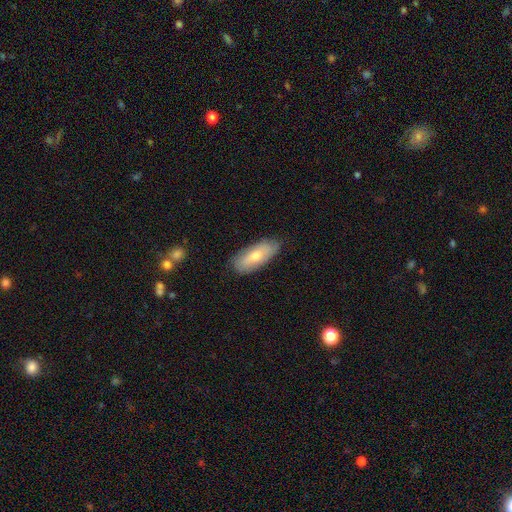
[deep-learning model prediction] This is likely a smooth galaxy (66%). How rounded: clearly in between (82%). Merging: clearly none (80%).